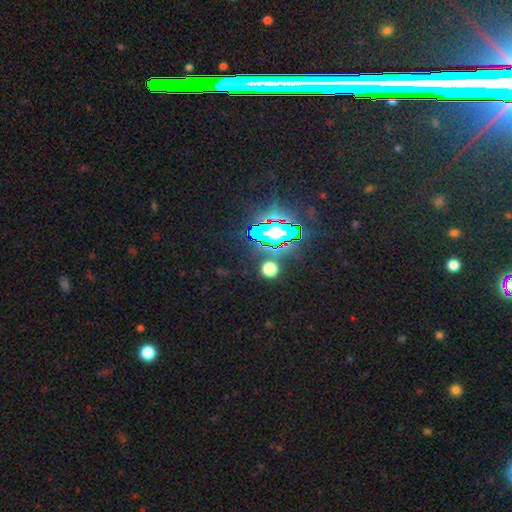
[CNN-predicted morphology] Smooth or featured?
  - star or artifact: 82% *
  - smooth: 10%
  - featured or disk: 8%